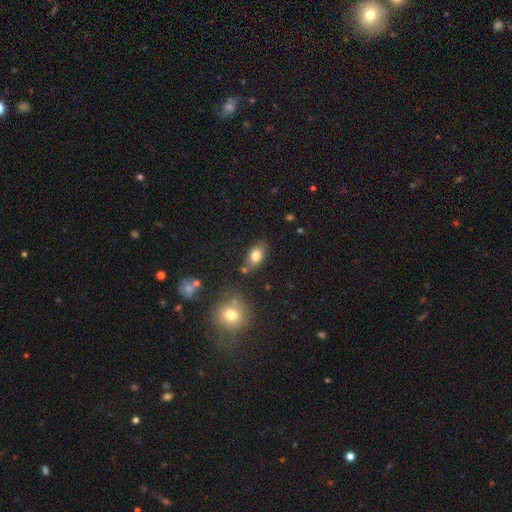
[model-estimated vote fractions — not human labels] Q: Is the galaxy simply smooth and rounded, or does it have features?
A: smooth — 78%.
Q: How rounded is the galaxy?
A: in between — 85%.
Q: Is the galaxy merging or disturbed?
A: none — 77%.